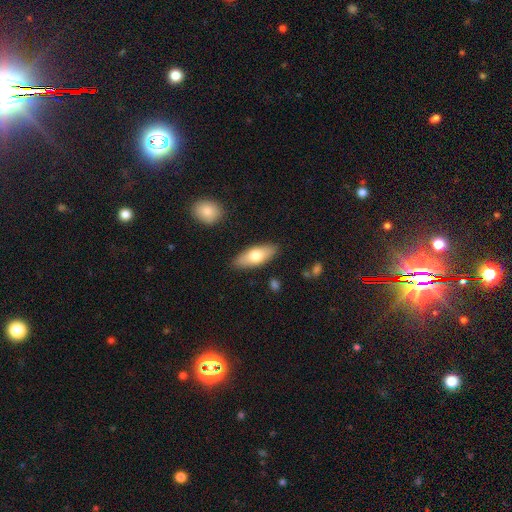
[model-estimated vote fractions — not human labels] The model was most divided on "smooth or featured": smooth: 69%, featured or disk: 25%, star or artifact: 6%. More confident: merging — none (87%); how rounded — in between (74%).